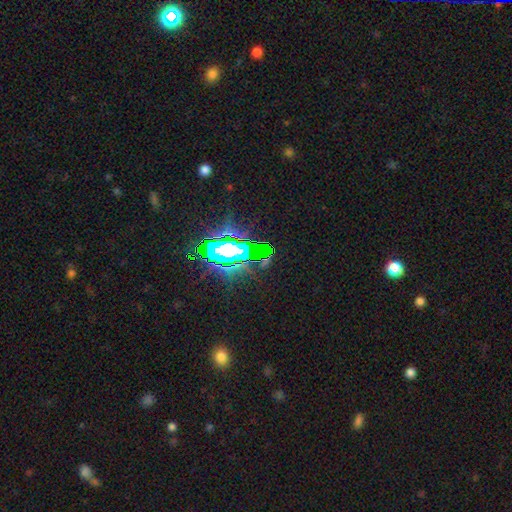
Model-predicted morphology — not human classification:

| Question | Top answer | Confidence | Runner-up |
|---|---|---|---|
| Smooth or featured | star or artifact | 66% | featured or disk (18%) |